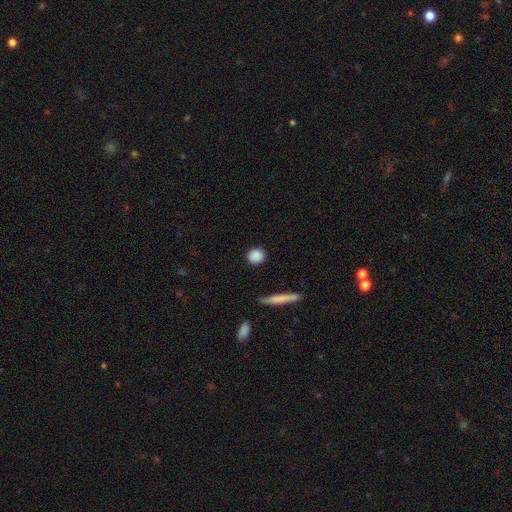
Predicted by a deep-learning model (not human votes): The model was most divided on "how rounded": round: 86%, in between: 11%, cigar-shaped: 3%. More confident: merging — none (90%); smooth or featured — smooth (87%).